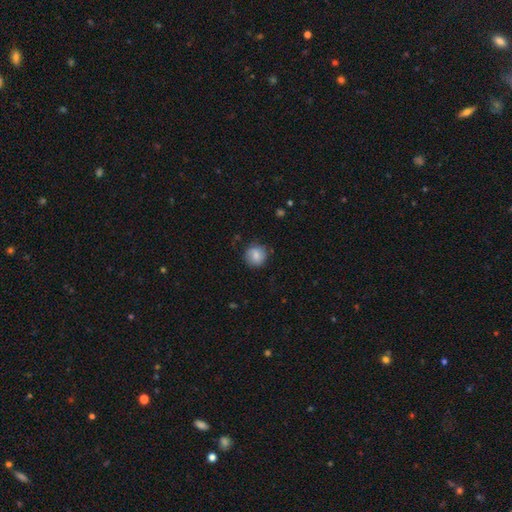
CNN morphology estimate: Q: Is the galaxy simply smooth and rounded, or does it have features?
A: smooth — 81%.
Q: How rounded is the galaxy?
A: round — 90%.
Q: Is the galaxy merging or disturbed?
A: none — 82%.